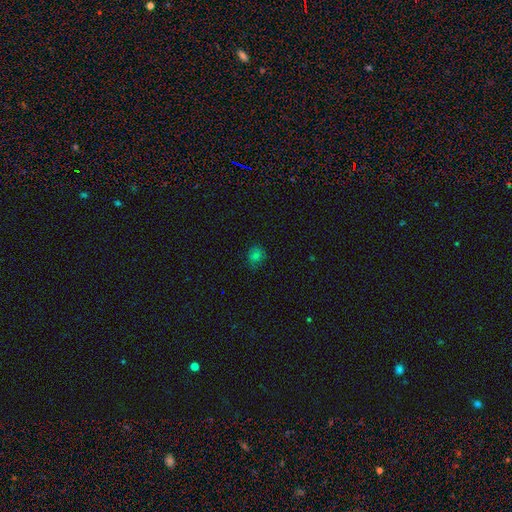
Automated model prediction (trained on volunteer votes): Smooth or featured? Predicted: smooth (p=0.70). How rounded? Predicted: round (p=0.75). Merging? Predicted: none (p=0.80).